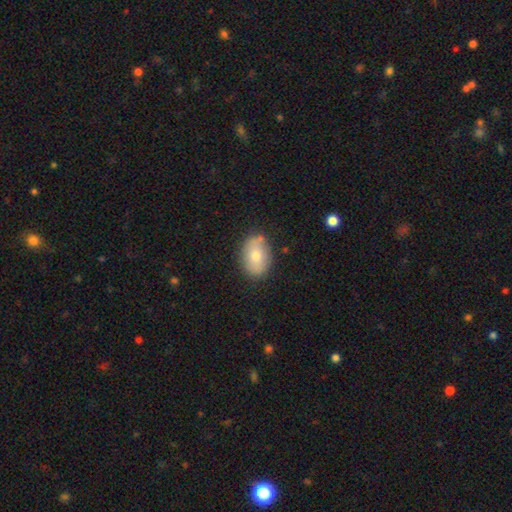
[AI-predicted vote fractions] Morphology: type=smooth (72%); roundness=in between (84%); merging=none (78%).